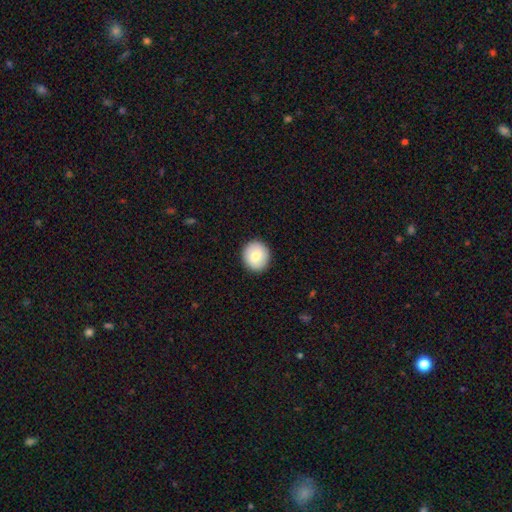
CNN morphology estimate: The model was most divided on "smooth or featured": smooth: 77%, featured or disk: 16%, star or artifact: 7%. More confident: merging — none (91%); how rounded — round (88%).